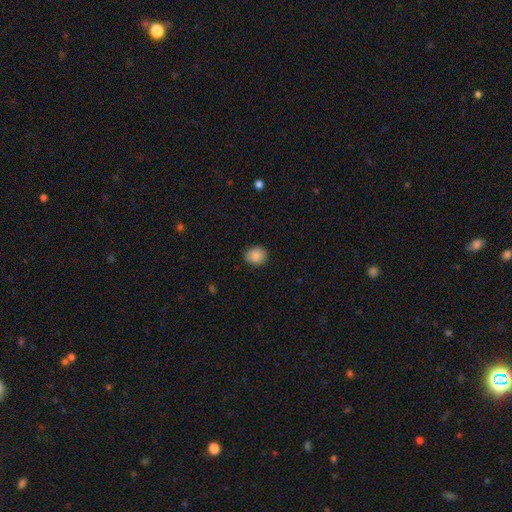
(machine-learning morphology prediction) smooth_or_featured: smooth (p=0.88) [alt: star or artifact p=0.09]
how_rounded: round (p=0.70) [alt: in between p=0.29]
merging: none (p=0.88) [alt: minor disturbance p=0.09]